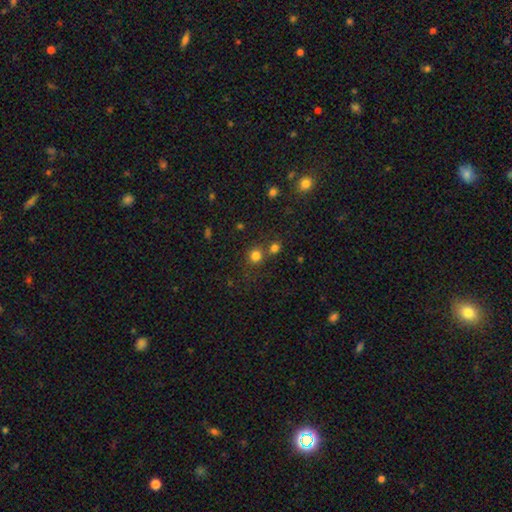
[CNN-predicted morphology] smooth_or_featured: smooth (p=0.78) [alt: star or artifact p=0.16]
how_rounded: round (p=0.89) [alt: in between p=0.10]
merging: none (p=0.63) [alt: merger p=0.26]